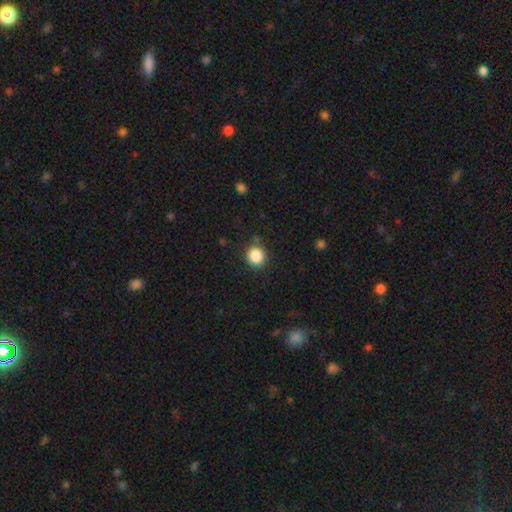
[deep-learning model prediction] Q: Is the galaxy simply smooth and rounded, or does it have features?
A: smooth — 86%.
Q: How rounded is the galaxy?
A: round — 86%.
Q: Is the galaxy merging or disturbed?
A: none — 84%.